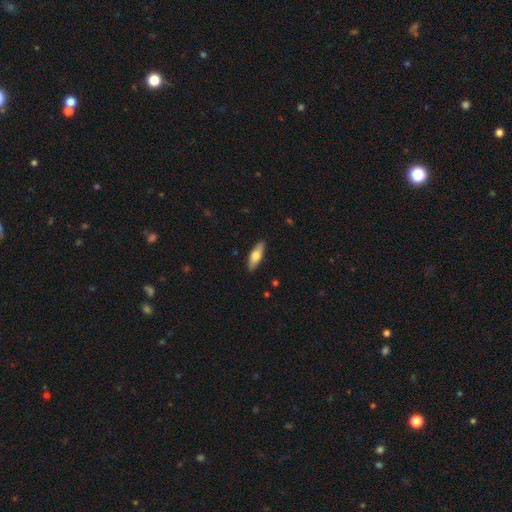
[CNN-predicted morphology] smooth_or_featured: smooth (p=0.66) [alt: featured or disk p=0.29]
how_rounded: in between (p=0.60) [alt: cigar-shaped p=0.38]
merging: none (p=0.88) [alt: minor disturbance p=0.09]